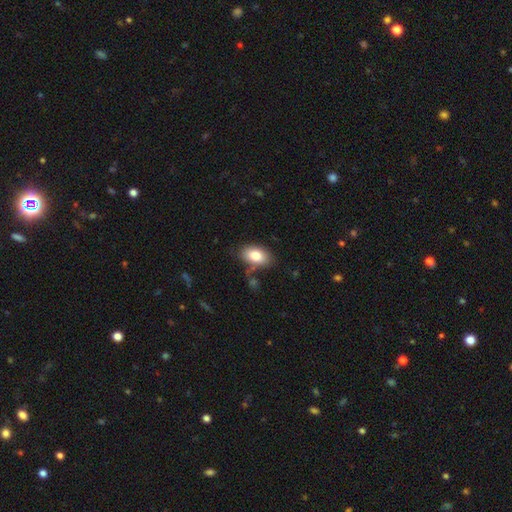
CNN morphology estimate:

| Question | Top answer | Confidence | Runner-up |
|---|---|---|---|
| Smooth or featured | smooth | 82% | featured or disk (11%) |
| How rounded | in between | 92% | round (7%) |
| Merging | none | 77% | minor disturbance (14%) |